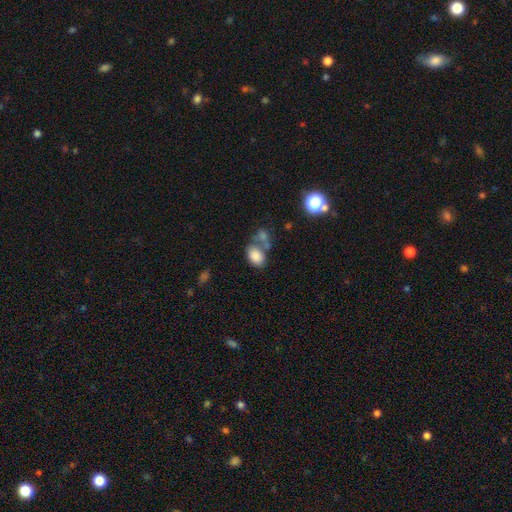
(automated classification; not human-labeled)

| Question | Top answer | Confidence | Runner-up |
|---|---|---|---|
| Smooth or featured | smooth | 81% | star or artifact (9%) |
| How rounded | in between | 82% | round (17%) |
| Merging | merger | 40% | none (39%) |